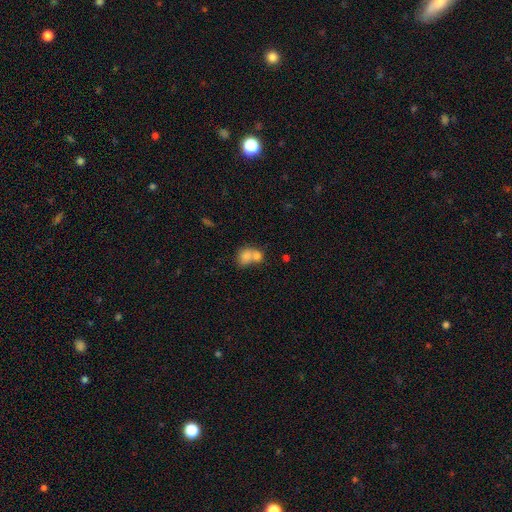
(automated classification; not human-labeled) Overall: smooth (78%). How rounded: in between (51%; round 47%). Merging: merger (68%).